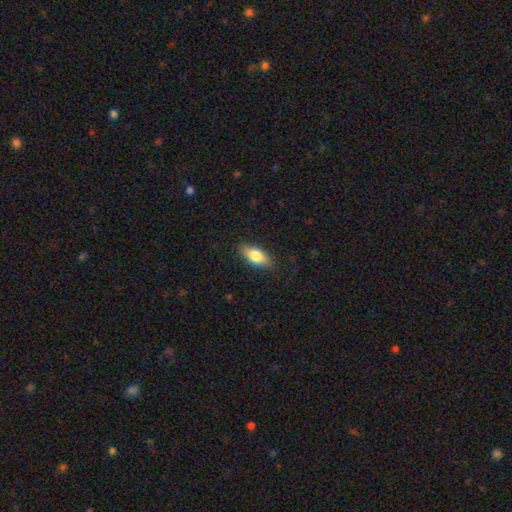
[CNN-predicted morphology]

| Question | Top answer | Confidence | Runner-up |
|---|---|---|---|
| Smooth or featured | smooth | 79% | featured or disk (14%) |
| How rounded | in between | 84% | cigar-shaped (12%) |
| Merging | none | 84% | minor disturbance (12%) |